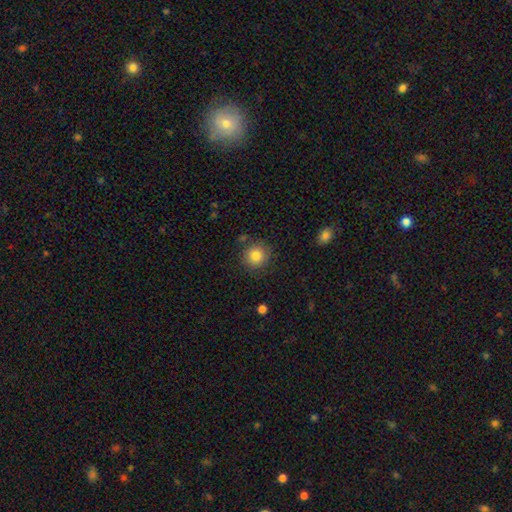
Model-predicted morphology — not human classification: This is clearly a smooth galaxy (83%). How rounded: clearly round (91%). Merging: clearly none (85%).